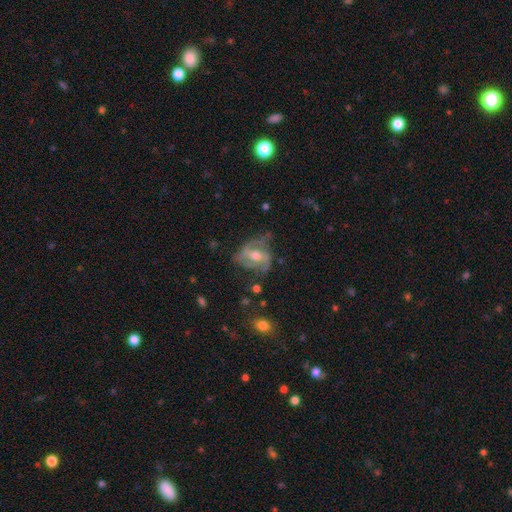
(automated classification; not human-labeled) The model was most divided on "bar": no: 45%, weak: 40%, strong: 15%. Remaining: edge-on disk — no (96%); spiral arms — yes (74%); smooth or featured — featured or disk (70%); bulge size — moderate (66%); merging — none (43%).